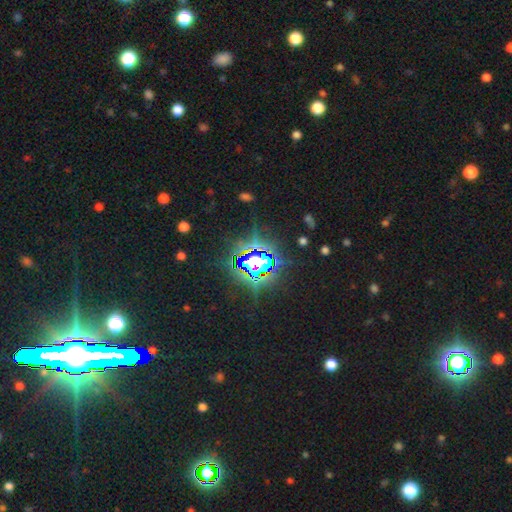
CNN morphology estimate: Smooth or featured? Predicted: star or artifact (p=0.81).